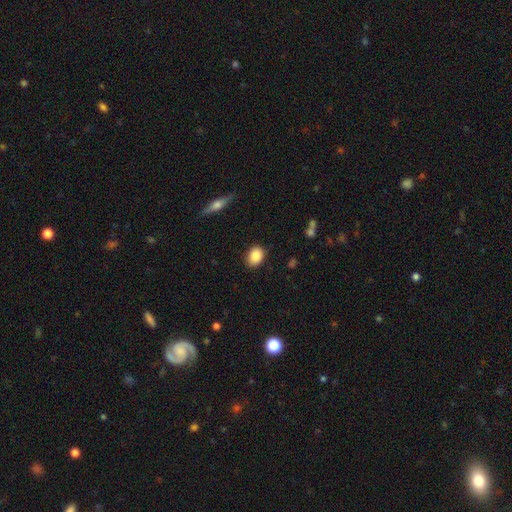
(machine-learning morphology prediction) Smooth or featured: smooth — 86% (star or artifact — 8%)
How rounded: in between — 62% (round — 37%)
Merging: none — 87% (minor disturbance — 10%)